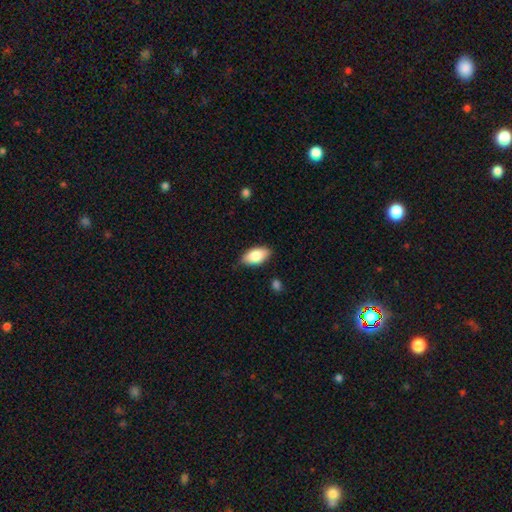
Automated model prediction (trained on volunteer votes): Overall: smooth (83%). How rounded: in between (93%). Merging: none (83%).